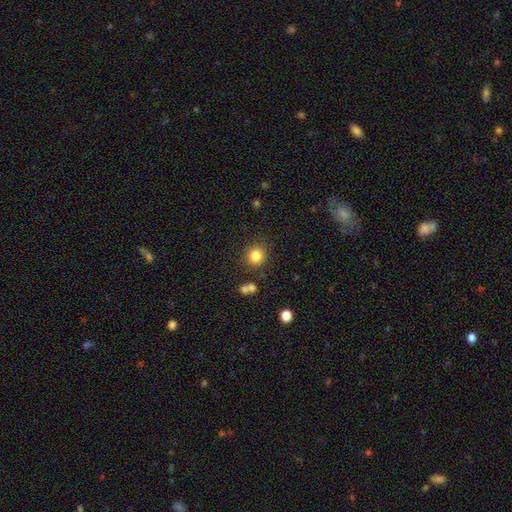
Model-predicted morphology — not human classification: This is clearly a smooth galaxy (83%). How rounded: clearly round (86%). Merging: clearly none (82%).